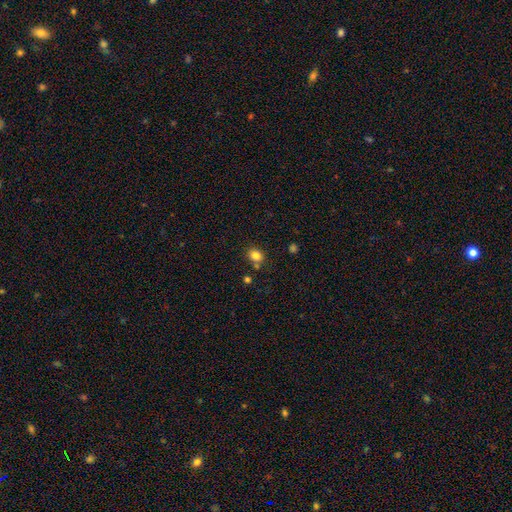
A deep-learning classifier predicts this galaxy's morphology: Smooth or featured: smooth — 82% (star or artifact — 12%)
How rounded: round — 50% (in between — 49%)
Merging: none — 71% (minor disturbance — 13%)